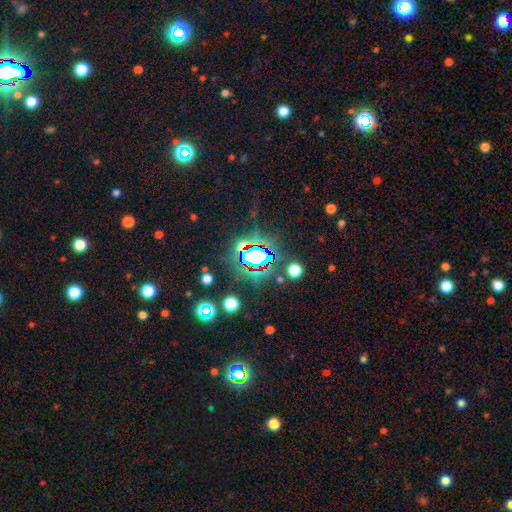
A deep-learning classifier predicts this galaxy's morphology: Overall: star or artifact (69%).